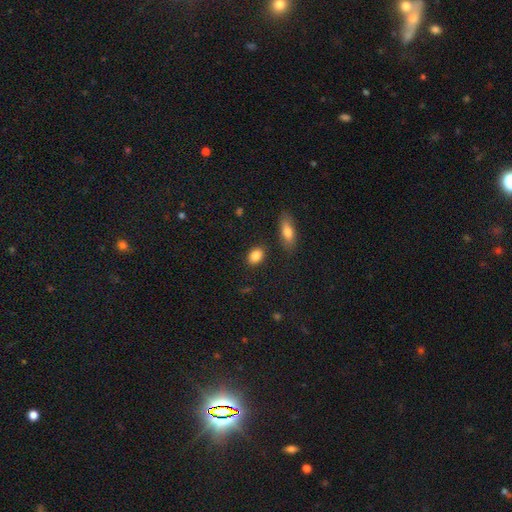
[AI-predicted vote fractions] Smooth or featured?
  - smooth: 86% *
  - star or artifact: 8%
  - featured or disk: 6%
How rounded?
  - in between: 75% *
  - round: 22%
  - cigar-shaped: 2%
Merging?
  - none: 86% *
  - minor disturbance: 9%
  - merger: 3%
  - major disturbance: 2%